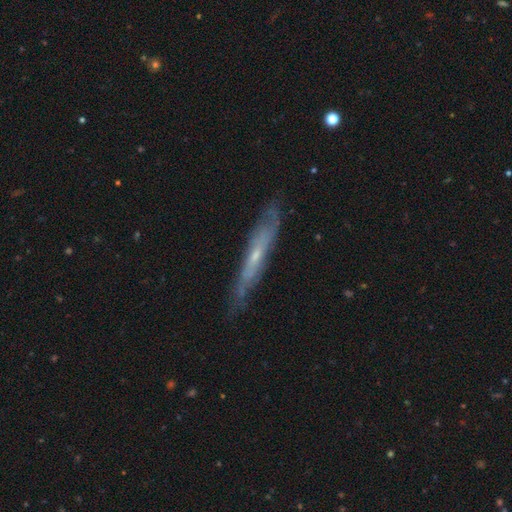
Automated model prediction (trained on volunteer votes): smooth_or_featured: featured or disk (p=0.69) [alt: smooth p=0.25]
disk_edge_on: yes (p=0.71) [alt: no p=0.29]
merging: none (p=0.77) [alt: minor disturbance p=0.18]